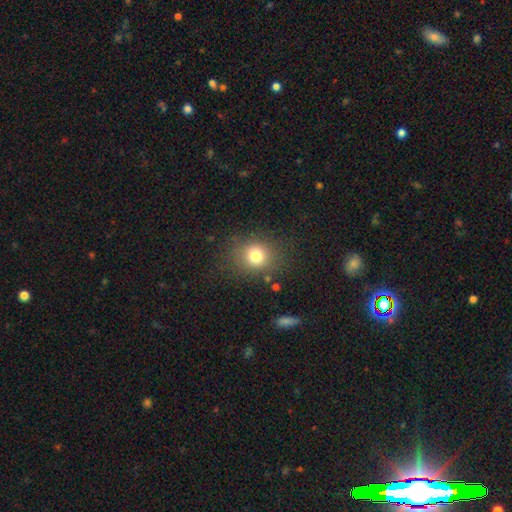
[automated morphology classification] type=smooth (78%); roundness=round (75%); merging=none (80%).